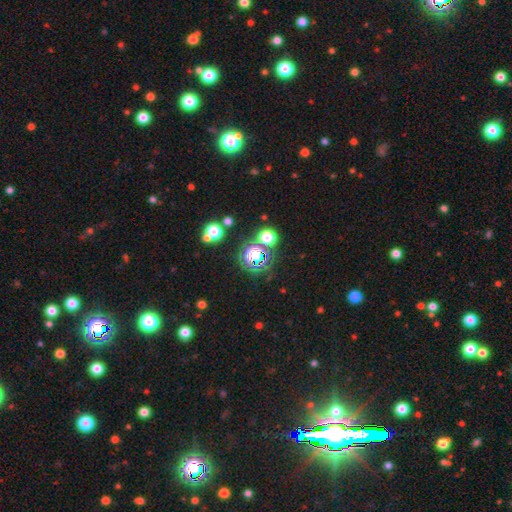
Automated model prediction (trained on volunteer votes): Smooth or featured?
  - star or artifact: 61% *
  - smooth: 29%
  - featured or disk: 10%